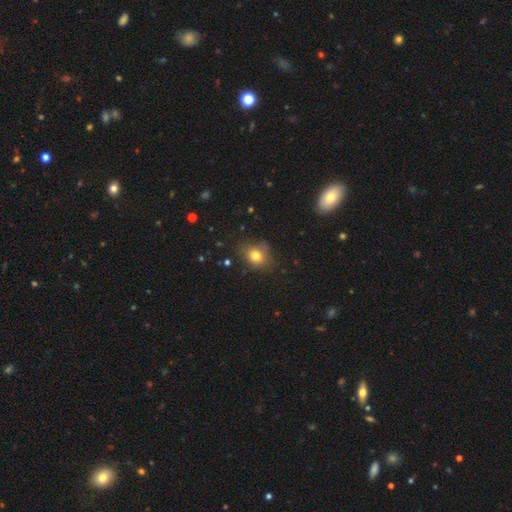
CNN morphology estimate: The model was most divided on "how rounded": round: 58%, in between: 41%, cigar-shaped: 1%. More confident: smooth or featured — smooth (77%); merging — none (67%).